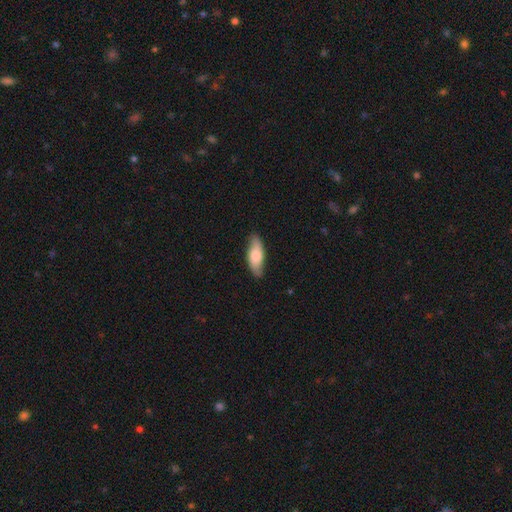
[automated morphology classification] Q: Smooth or featured?
A: smooth (70%); runner-up: featured or disk (25%)
Q: How rounded?
A: in between (65%); runner-up: cigar-shaped (32%)
Q: Merging?
A: none (83%); runner-up: minor disturbance (14%)